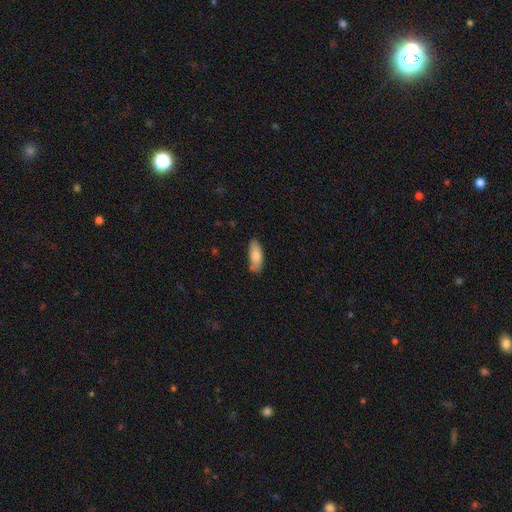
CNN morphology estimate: A smooth galaxy with no disk features (81%) that is in between round and cigar-shaped (74%).

Vote fractions:
- Smooth or featured? smooth: 81% / featured or disk: 13% / star or artifact: 6%
- How rounded? in between: 74% / cigar-shaped: 24% / round: 2%
- Merging? none: 76% / minor disturbance: 19% / major disturbance: 3% / merger: 2%